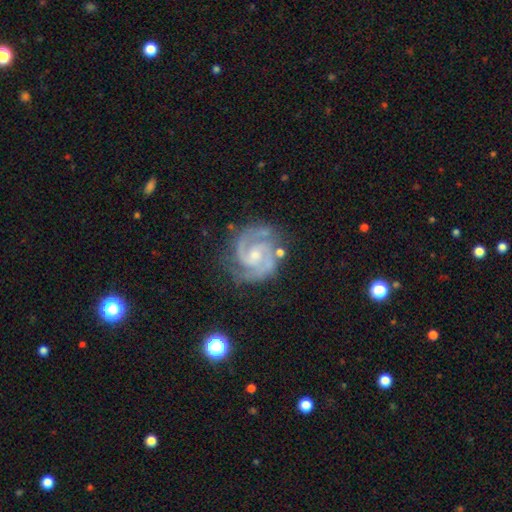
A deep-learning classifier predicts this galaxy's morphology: type=featured or disk (92%); edge-on=no (98%); bar=no (49%); spiral arms=yes (99%); winding=tight (50%); arm count=2 (82%); bulge=small (53%); merging=none (73%).